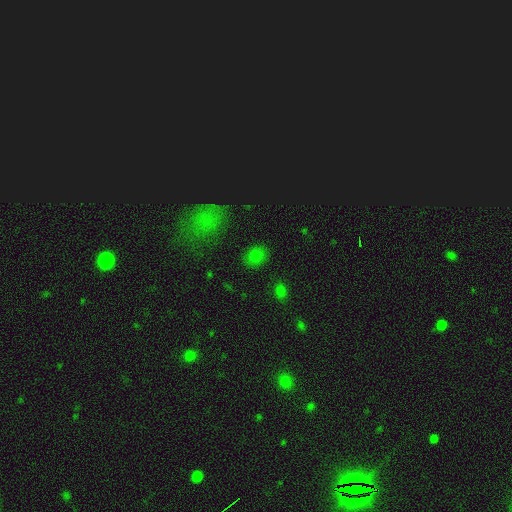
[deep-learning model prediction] Smooth or featured? smooth (77%)
How rounded? round (64%)
Merging? none (87%)